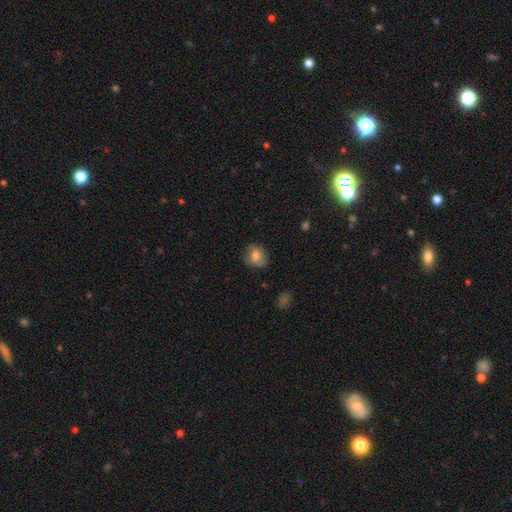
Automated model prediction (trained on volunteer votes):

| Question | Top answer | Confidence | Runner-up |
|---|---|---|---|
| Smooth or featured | smooth | 63% | featured or disk (27%) |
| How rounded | round | 61% | in between (38%) |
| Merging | none | 73% | minor disturbance (20%) |